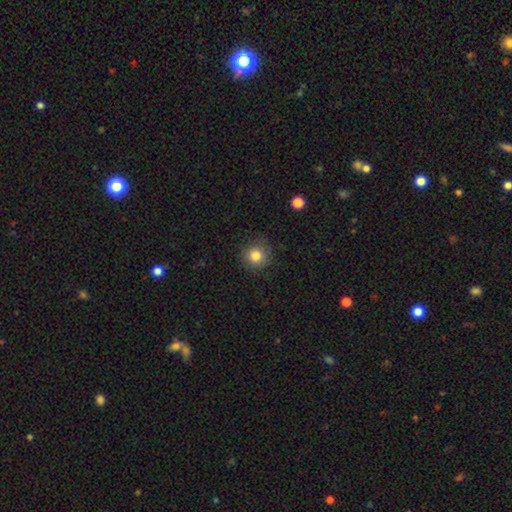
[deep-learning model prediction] Morphology: type=smooth (83%); roundness=round (93%); merging=none (83%).